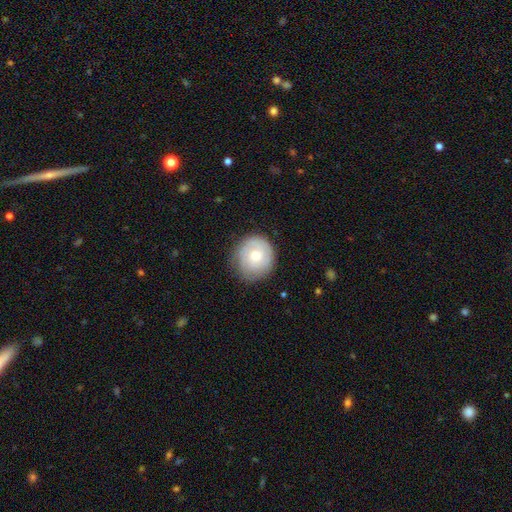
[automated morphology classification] Q: Smooth or featured?
A: smooth (53%); runner-up: featured or disk (41%)
Q: How rounded?
A: round (85%); runner-up: in between (14%)
Q: Merging?
A: none (76%); runner-up: minor disturbance (18%)